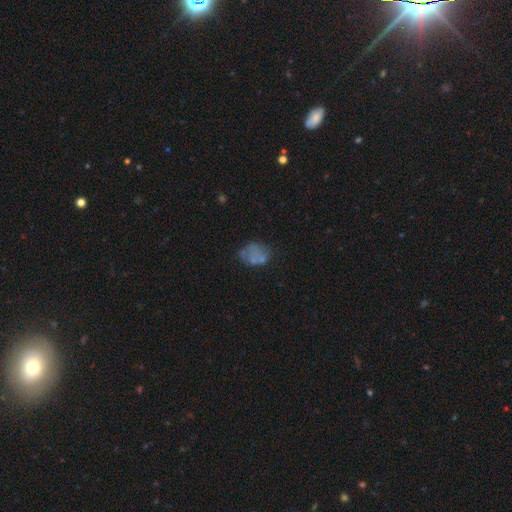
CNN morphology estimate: A smooth galaxy with no disk features (51%) that is in between round and cigar-shaped (57%).

Vote fractions:
- Smooth or featured? smooth: 51% / featured or disk: 34% / star or artifact: 15%
- How rounded? in between: 57% / round: 42% / cigar-shaped: 1%
- Merging? none: 49% / minor disturbance: 22% / major disturbance: 16% / merger: 12%